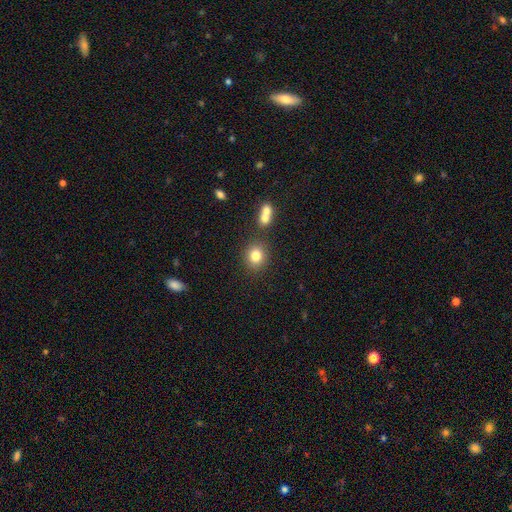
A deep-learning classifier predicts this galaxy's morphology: This is clearly a smooth galaxy (80%). How rounded: likely round (76%). Merging: likely none (79%).